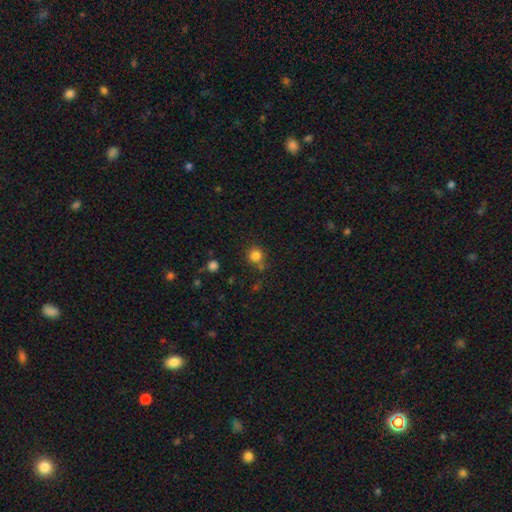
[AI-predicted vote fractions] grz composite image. It shows a smooth galaxy with no disk features (82%) that is round (91%). Merging: none (74%).